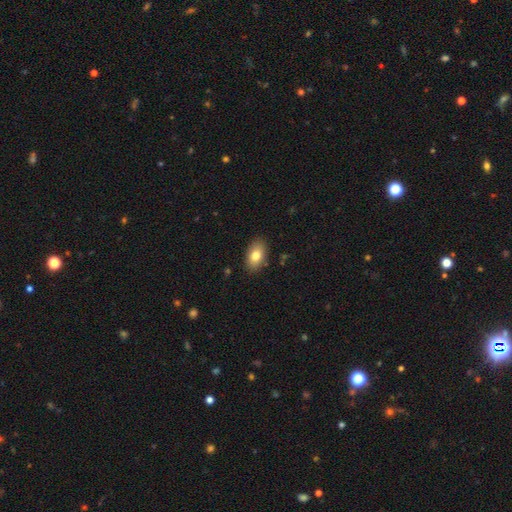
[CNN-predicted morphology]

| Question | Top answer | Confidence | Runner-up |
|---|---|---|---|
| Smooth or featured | smooth | 79% | featured or disk (13%) |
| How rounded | in between | 89% | round (9%) |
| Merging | none | 86% | minor disturbance (10%) |